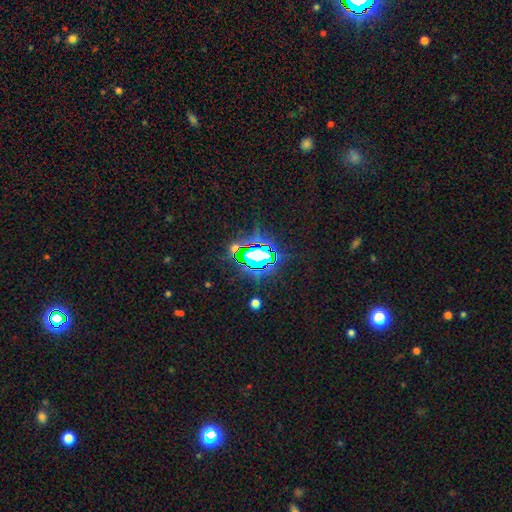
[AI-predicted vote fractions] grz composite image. It shows a star or artifact, not a galaxy (75%).